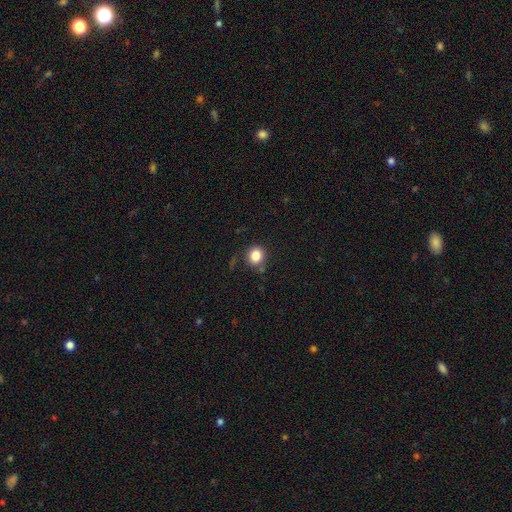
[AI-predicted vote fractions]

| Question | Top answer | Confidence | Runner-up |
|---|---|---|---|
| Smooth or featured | smooth | 83% | star or artifact (11%) |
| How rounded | round | 80% | in between (19%) |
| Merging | none | 80% | minor disturbance (13%) |